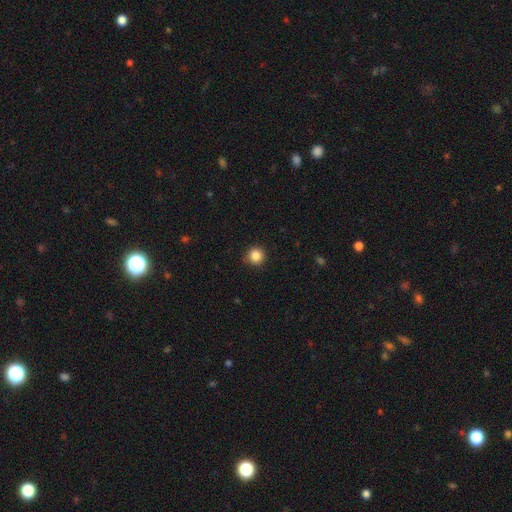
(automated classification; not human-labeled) This is clearly a smooth galaxy (86%). How rounded: clearly round (95%). Merging: clearly none (90%).